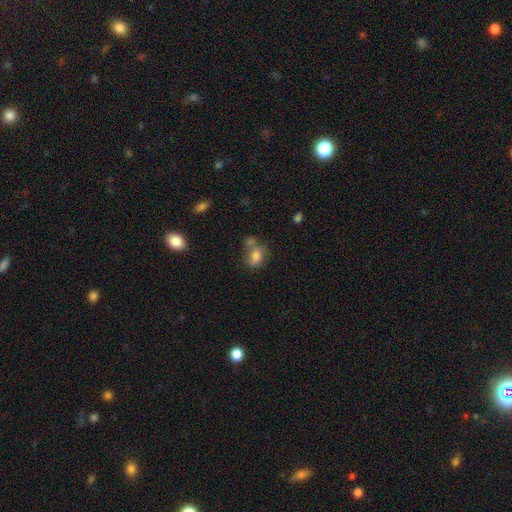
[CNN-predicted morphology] A smooth galaxy with no disk features (76%) that is in between round and cigar-shaped (64%). Merging: none (46%).